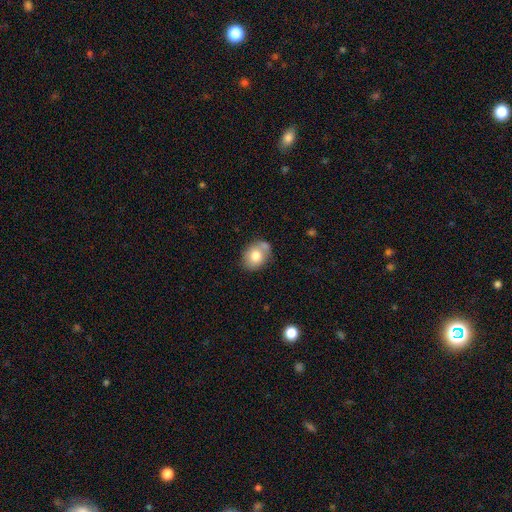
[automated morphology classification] Overall: smooth (76%). How rounded: round (50%; in between 49%). Merging: none (59%).